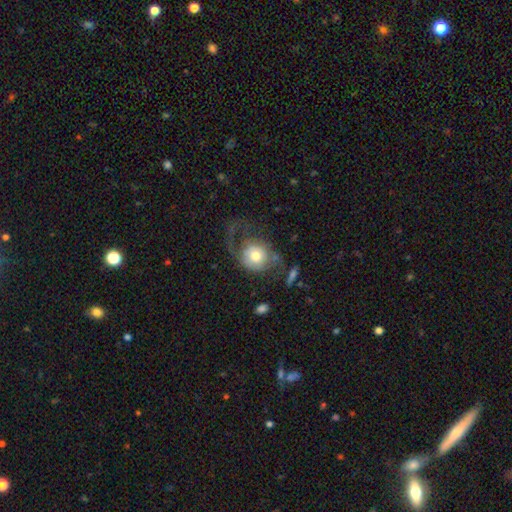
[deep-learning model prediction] Overall: smooth (57%; featured or disk 35%). How rounded: round (75%). Merging: major disturbance (52%; none 27%).